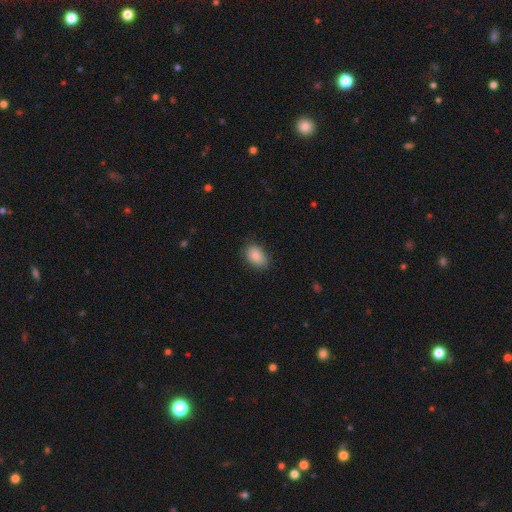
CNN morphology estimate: smooth_or_featured: smooth (p=0.87) [alt: star or artifact p=0.07]
how_rounded: in between (p=0.83) [alt: round p=0.16]
merging: none (p=0.80) [alt: minor disturbance p=0.15]